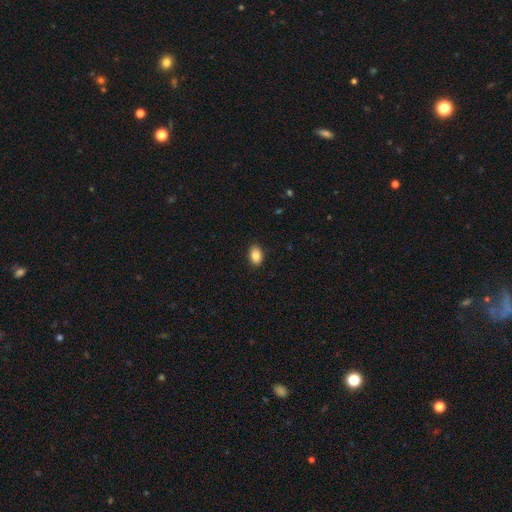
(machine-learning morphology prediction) This is clearly a smooth galaxy (86%). How rounded: clearly in between (83%). Merging: clearly none (89%).